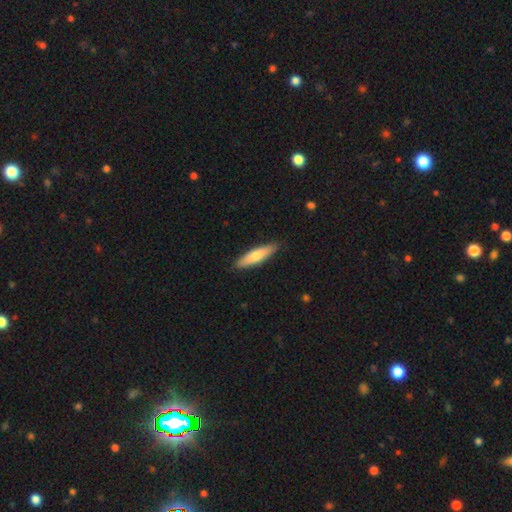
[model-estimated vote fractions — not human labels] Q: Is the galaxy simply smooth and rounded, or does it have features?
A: smooth — 70%.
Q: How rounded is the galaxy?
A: cigar-shaped — 69%.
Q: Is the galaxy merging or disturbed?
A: none — 89%.